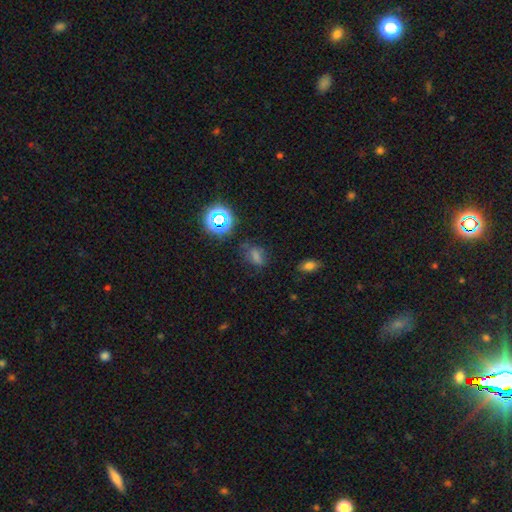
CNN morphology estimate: This appears to be a smooth galaxy with no disk features (51%) that is in between round and cigar-shaped (65%). Merging: none (68%).